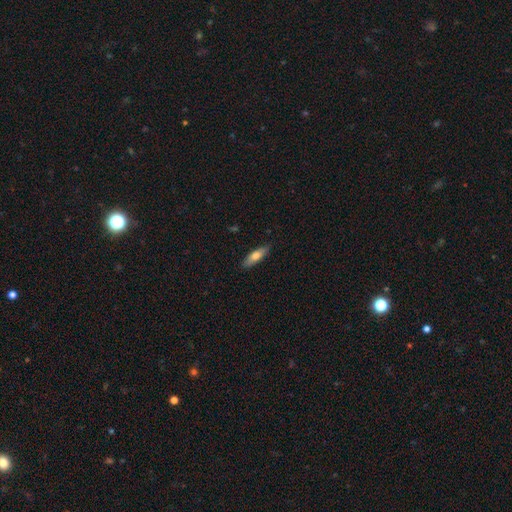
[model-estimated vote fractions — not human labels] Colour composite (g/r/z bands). It shows a smooth galaxy with no disk features (69%) that is cigar-shaped (54%). Merging: none (86%).